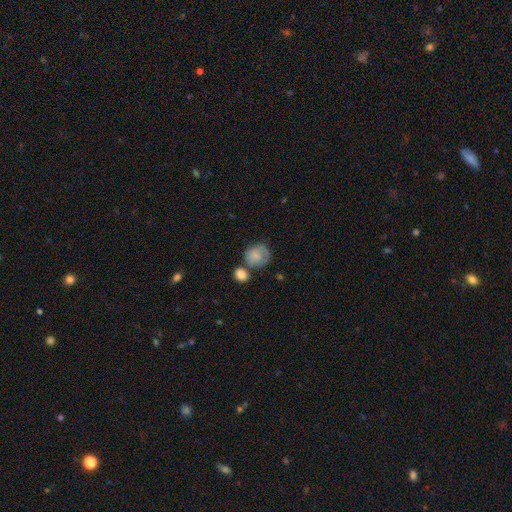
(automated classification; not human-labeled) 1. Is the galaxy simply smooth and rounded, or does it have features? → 73% smooth, 19% featured or disk, 8% star or artifact.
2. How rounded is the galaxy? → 74% round, 25% in between, 1% cigar-shaped.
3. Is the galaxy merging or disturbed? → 44% none, 22% minor disturbance, 22% merger, 11% major disturbance.